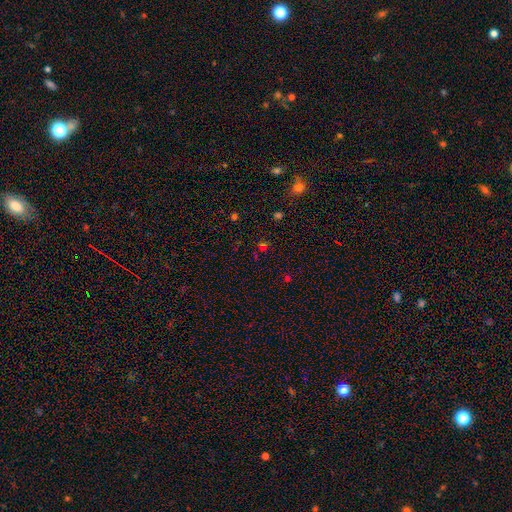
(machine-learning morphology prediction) Smooth or featured: star or artifact — 51% (smooth — 42%)